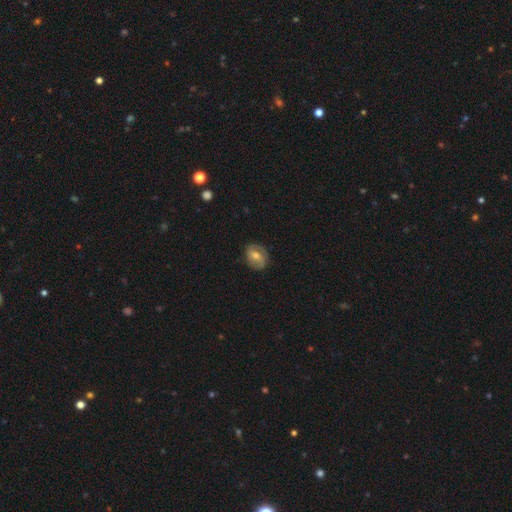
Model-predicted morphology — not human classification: type=featured or disk (47%); merging=none (78%).